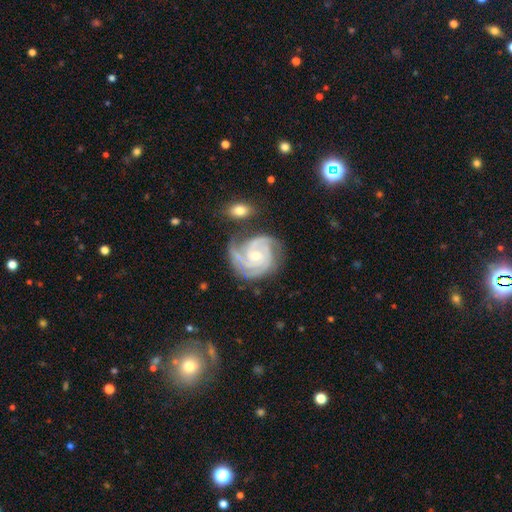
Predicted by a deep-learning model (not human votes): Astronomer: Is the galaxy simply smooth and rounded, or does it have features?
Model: featured or disk — 91%.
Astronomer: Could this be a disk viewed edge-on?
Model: no — 98%.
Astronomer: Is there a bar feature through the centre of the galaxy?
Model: no — 69%.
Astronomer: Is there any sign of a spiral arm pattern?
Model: yes — 98%.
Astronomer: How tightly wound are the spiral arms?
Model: tight — 69%.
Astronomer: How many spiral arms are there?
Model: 3 — 53%.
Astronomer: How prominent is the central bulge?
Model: small — 60% (runner-up: moderate, 37%).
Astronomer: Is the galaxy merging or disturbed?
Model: none — 67%.